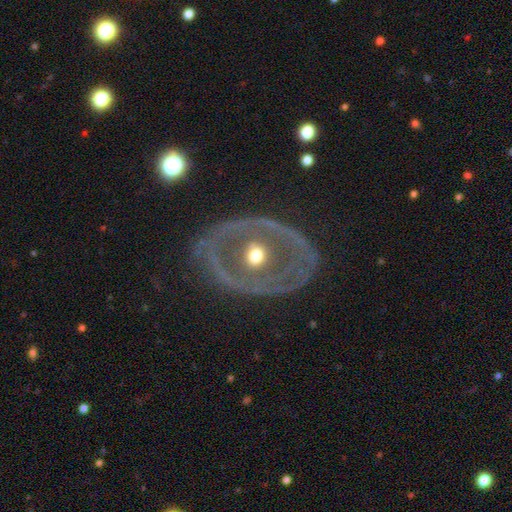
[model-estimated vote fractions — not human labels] This is likely a featured or disk galaxy (72%). It is clearly not viewed edge-on (93%). Bar: likely no (64%). Spiral arm pattern: likely no (66%). Central bulge: likely moderate (72%). Merging: likely none (71%).